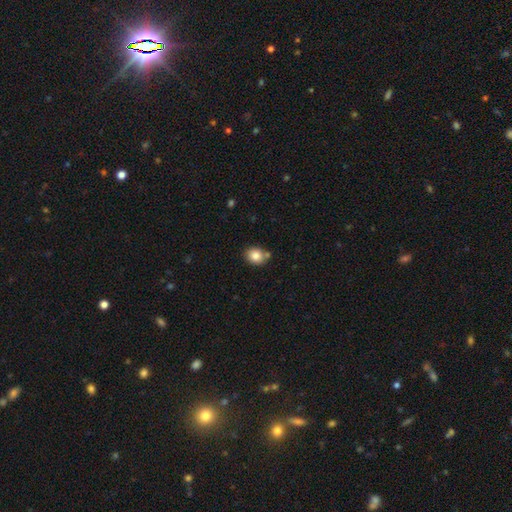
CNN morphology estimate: The model was most divided on "how rounded": round: 57%, in between: 42%, cigar-shaped: 1%. More confident: smooth or featured — smooth (83%); merging — none (71%).